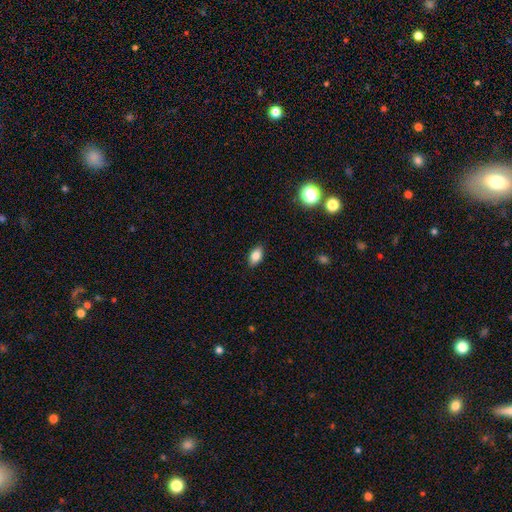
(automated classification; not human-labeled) Smooth or featured?
  - smooth: 84% *
  - star or artifact: 8%
  - featured or disk: 8%
How rounded?
  - in between: 91% *
  - round: 5%
  - cigar-shaped: 4%
Merging?
  - none: 89% *
  - minor disturbance: 8%
  - major disturbance: 2%
  - merger: 1%